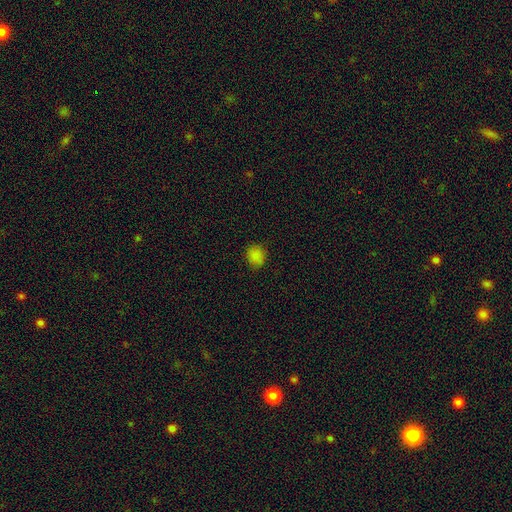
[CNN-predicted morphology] A smooth galaxy with no disk features (83%) that is round (73%). Merging: none (84%).